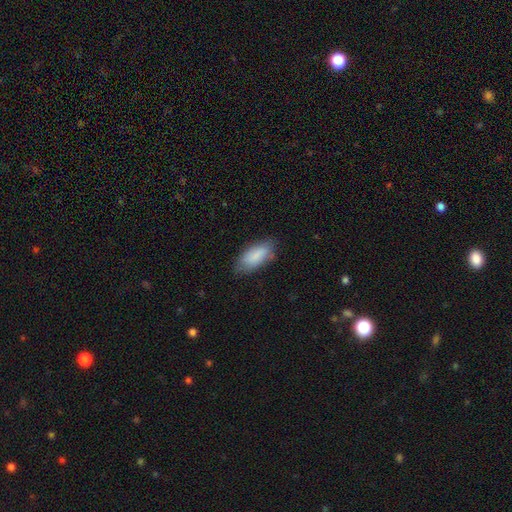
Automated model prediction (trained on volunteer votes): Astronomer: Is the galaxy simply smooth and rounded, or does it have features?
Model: smooth — 84%.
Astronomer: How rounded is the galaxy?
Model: in between — 86%.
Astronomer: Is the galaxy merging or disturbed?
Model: none — 72%.